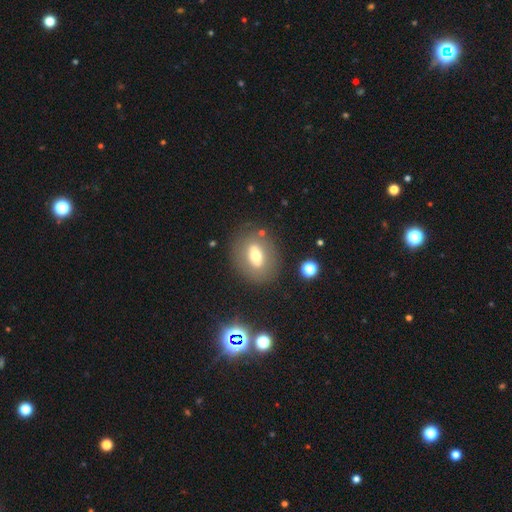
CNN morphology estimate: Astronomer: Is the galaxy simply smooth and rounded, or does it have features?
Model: smooth — 56% (runner-up: featured or disk, 34%).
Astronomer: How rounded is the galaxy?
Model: in between — 67%.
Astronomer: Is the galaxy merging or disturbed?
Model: none — 79%.